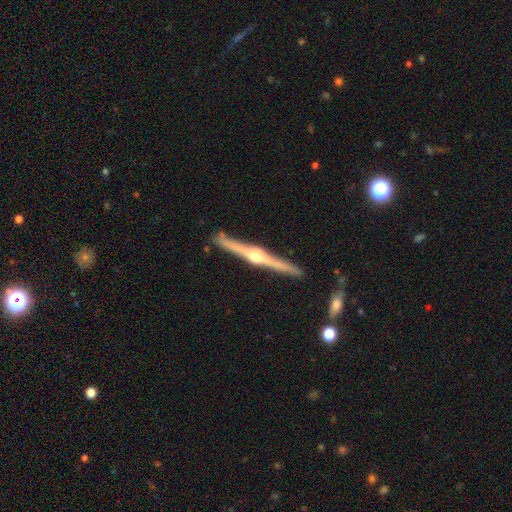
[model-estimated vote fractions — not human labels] smooth_or_featured: featured or disk (p=0.86) [alt: smooth p=0.10]
disk_edge_on: yes (p=0.98) [alt: no p=0.02]
edge_on_bulge: rounded (p=0.91) [alt: none p=0.05]
merging: none (p=0.89) [alt: minor disturbance p=0.08]